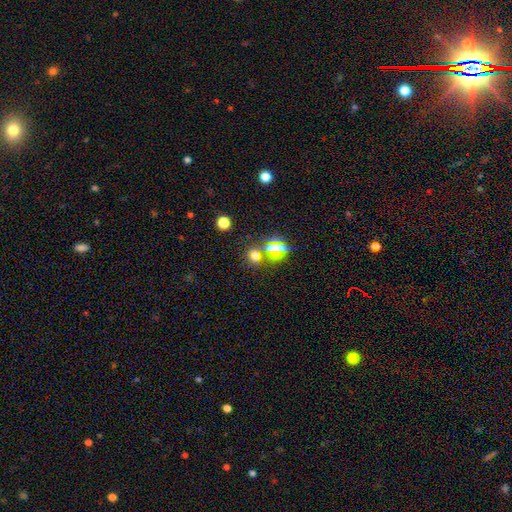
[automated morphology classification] Smooth or featured? smooth (59%)
How rounded? round (78%)
Merging? none (72%)